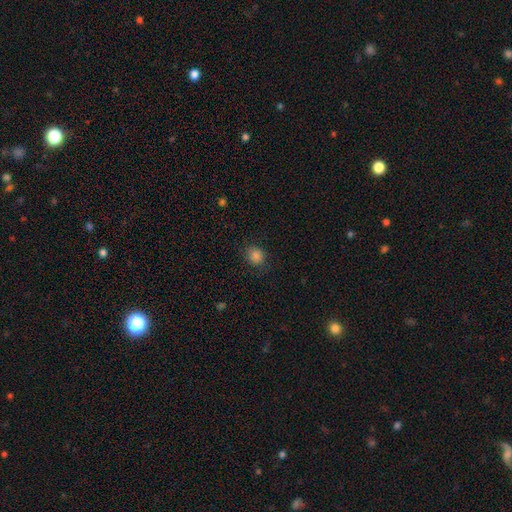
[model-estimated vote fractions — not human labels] A smooth galaxy with no disk features (84%) that is round (79%).

Vote fractions:
- Smooth or featured? smooth: 84% / star or artifact: 12% / featured or disk: 4%
- How rounded? round: 79% / in between: 20% / cigar-shaped: 1%
- Merging? none: 84% / minor disturbance: 11% / major disturbance: 4% / merger: 1%